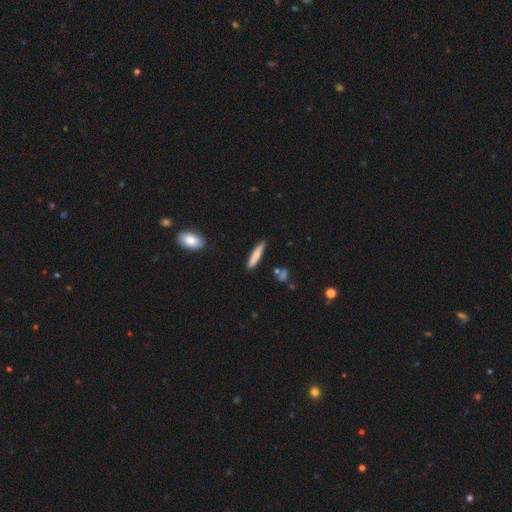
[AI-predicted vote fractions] This appears to be a smooth galaxy with no disk features (78%) that is cigar-shaped (90%). Merging: none (86%).